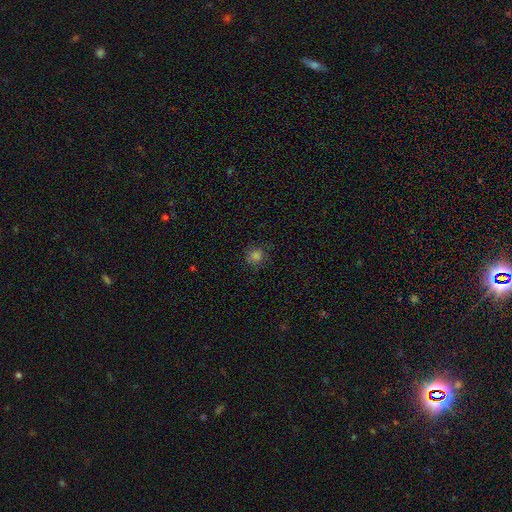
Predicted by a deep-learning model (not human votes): Smooth or featured?
  - smooth: 78% *
  - star or artifact: 17%
  - featured or disk: 5%
How rounded?
  - round: 89% *
  - in between: 10%
  - cigar-shaped: 1%
Merging?
  - none: 82% *
  - minor disturbance: 12%
  - major disturbance: 4%
  - merger: 1%